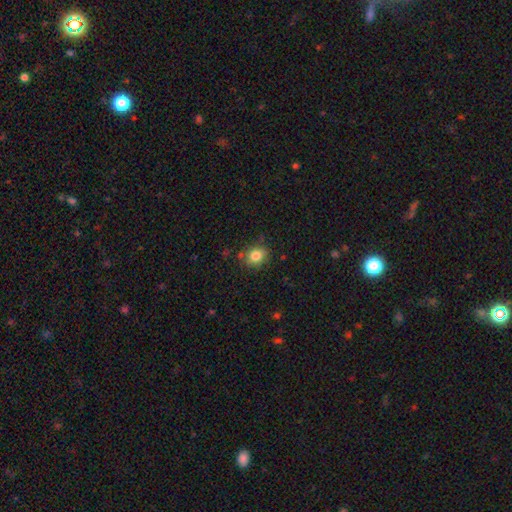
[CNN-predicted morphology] smooth-or-featured: smooth: 82% | star or artifact: 10% | featured or disk: 8%
  how-rounded: round: 62% | in between: 37% | cigar-shaped: 1%
  merging: none: 78% | minor disturbance: 15% | major disturbance: 4% | merger: 3%